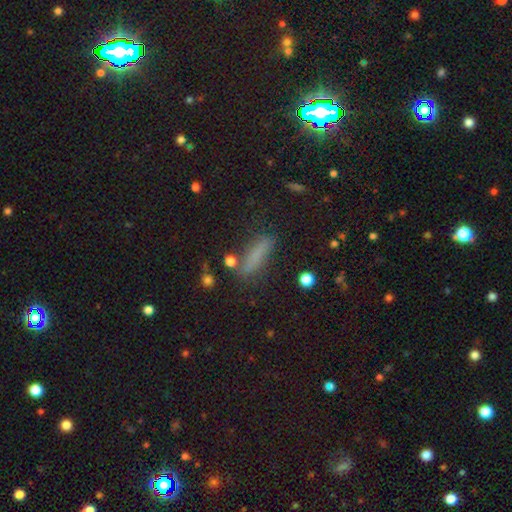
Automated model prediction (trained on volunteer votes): Smooth or featured? Predicted: smooth (p=0.70). How rounded? Predicted: cigar-shaped (p=0.77). Merging? Predicted: none (p=0.76).